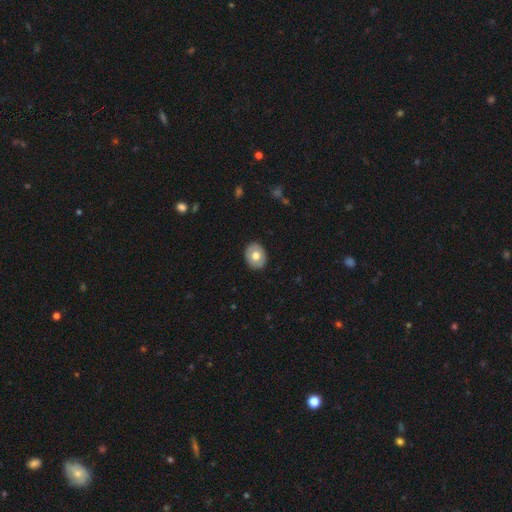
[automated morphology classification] type=smooth (69%); roundness=in between (51%); merging=none (89%).